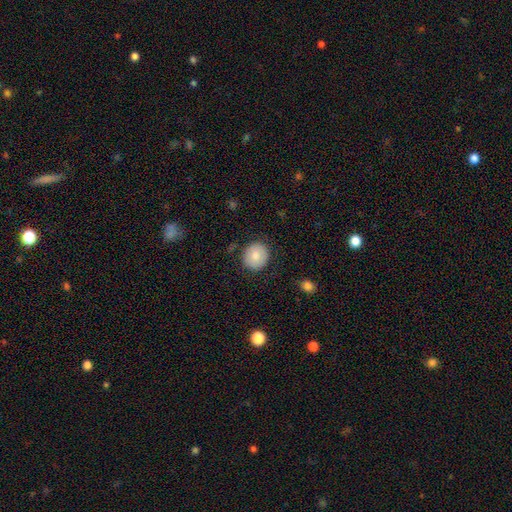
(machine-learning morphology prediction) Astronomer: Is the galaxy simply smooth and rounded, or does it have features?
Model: smooth — 80%.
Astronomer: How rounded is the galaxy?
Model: round — 84%.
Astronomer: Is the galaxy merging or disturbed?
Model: none — 86%.